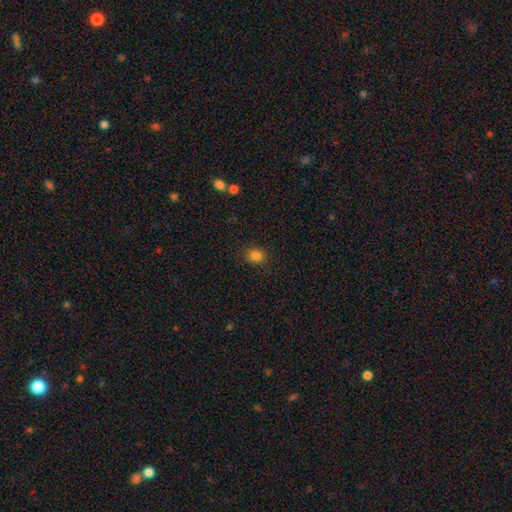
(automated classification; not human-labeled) smooth_or_featured: smooth (p=0.84) [alt: star or artifact p=0.12]
how_rounded: round (p=0.74) [alt: in between p=0.25]
merging: none (p=0.88) [alt: minor disturbance p=0.08]